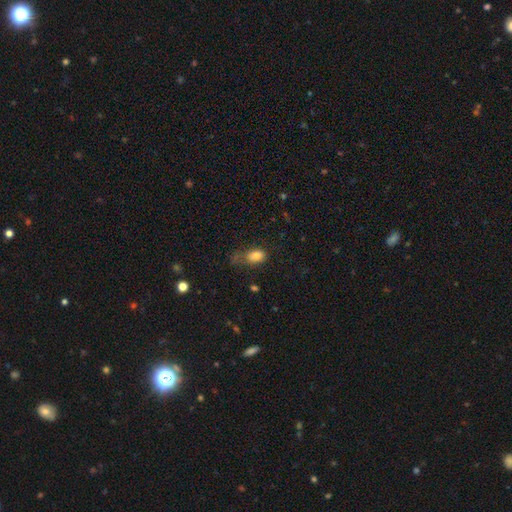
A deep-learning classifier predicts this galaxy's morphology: A smooth galaxy with no disk features (83%) that is in between round and cigar-shaped (86%). Merging: none (47%).